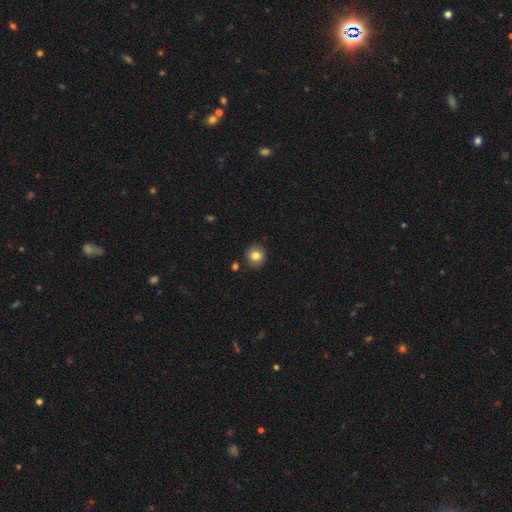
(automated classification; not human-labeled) smooth-or-featured: smooth: 82% | star or artifact: 9% | featured or disk: 8%
  how-rounded: round: 83% | in between: 16% | cigar-shaped: 1%
  merging: none: 88% | minor disturbance: 8% | merger: 2% | major disturbance: 2%